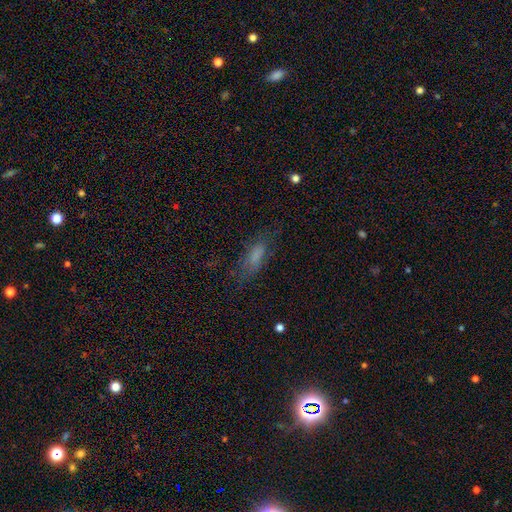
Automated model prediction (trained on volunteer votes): Overall: smooth (66%). How rounded: in between (65%; cigar-shaped 32%). Merging: none (62%; minor disturbance 22%).